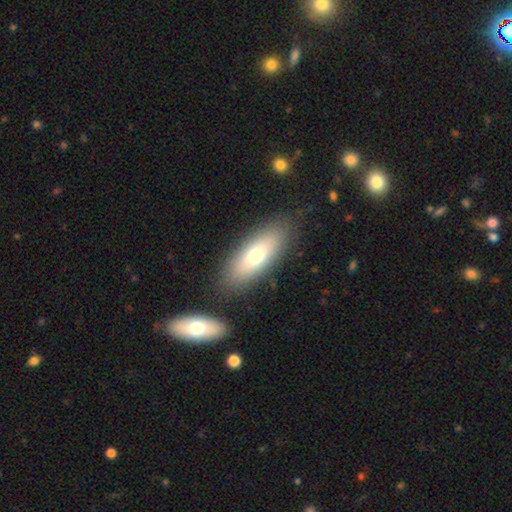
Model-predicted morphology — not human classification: Q: Smooth or featured?
A: smooth (68%); runner-up: featured or disk (25%)
Q: How rounded?
A: in between (73%); runner-up: cigar-shaped (24%)
Q: Merging?
A: none (81%); runner-up: minor disturbance (10%)